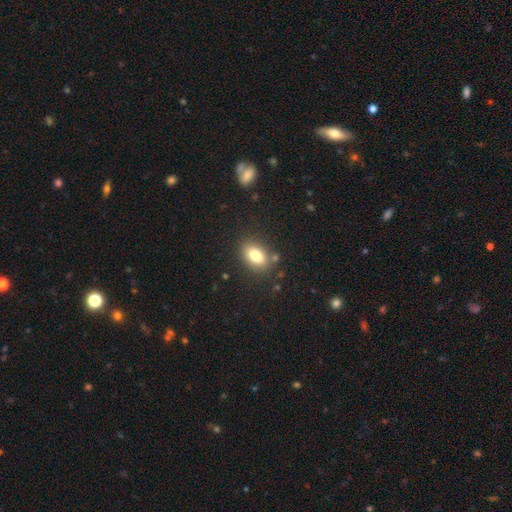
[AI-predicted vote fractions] smooth_or_featured: smooth (p=0.79) [alt: featured or disk p=0.11]
how_rounded: in between (p=0.81) [alt: round p=0.17]
merging: none (p=0.82) [alt: minor disturbance p=0.11]